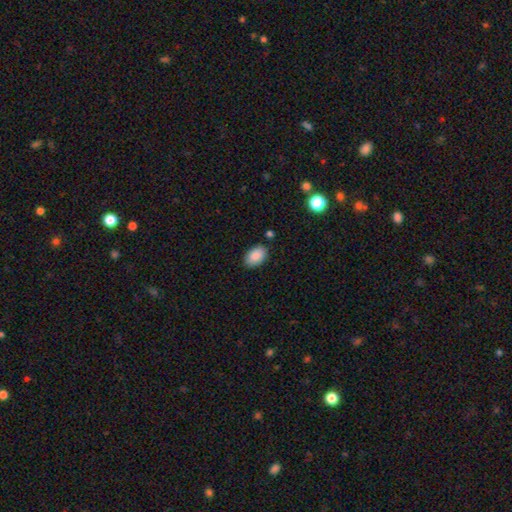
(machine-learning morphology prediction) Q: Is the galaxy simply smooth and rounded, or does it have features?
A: smooth — 88%.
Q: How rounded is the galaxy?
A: in between — 92%.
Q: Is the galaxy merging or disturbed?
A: none — 85%.